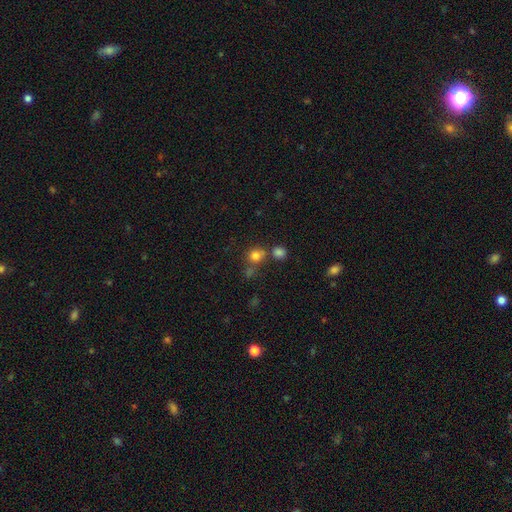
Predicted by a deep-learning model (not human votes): A smooth galaxy with no disk features (77%) that is round (84%). Merging: none (60%).